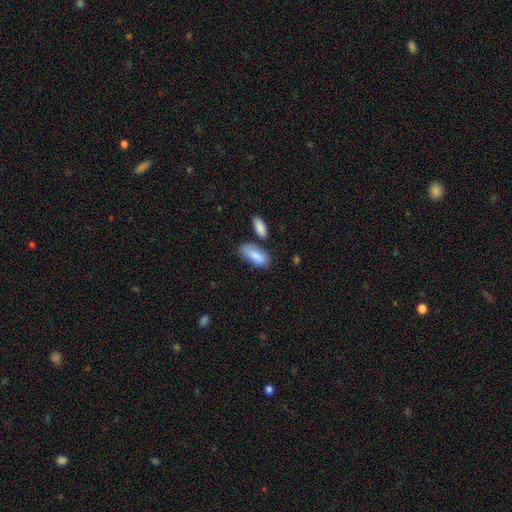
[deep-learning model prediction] Smooth or featured?
  - smooth: 84% *
  - featured or disk: 10%
  - star or artifact: 6%
How rounded?
  - in between: 86% *
  - cigar-shaped: 12%
  - round: 2%
Merging?
  - none: 53% *
  - minor disturbance: 24%
  - merger: 16%
  - major disturbance: 7%